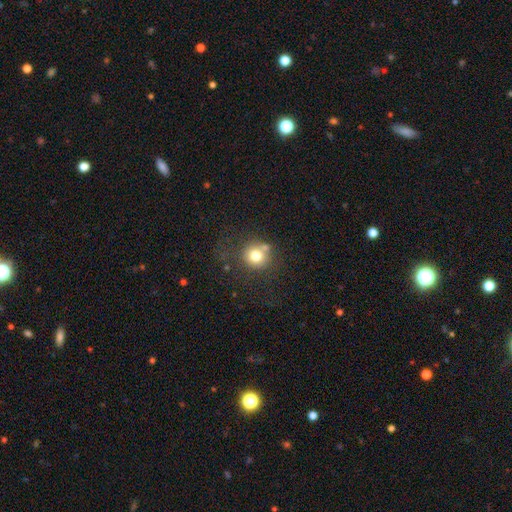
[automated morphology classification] Overall: smooth (75%). How rounded: round (89%). Merging: none (66%).